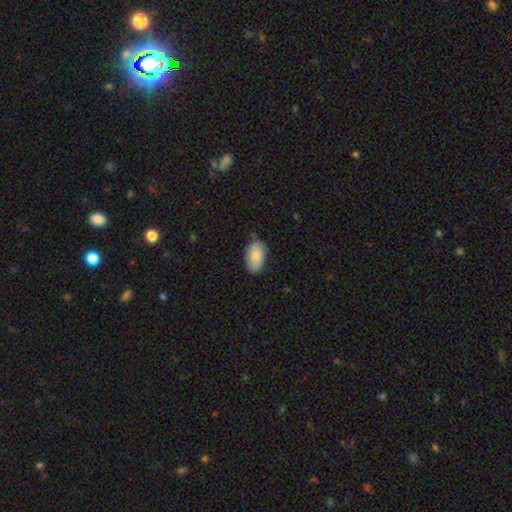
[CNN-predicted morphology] type=smooth (85%); roundness=in between (94%); merging=none (79%).